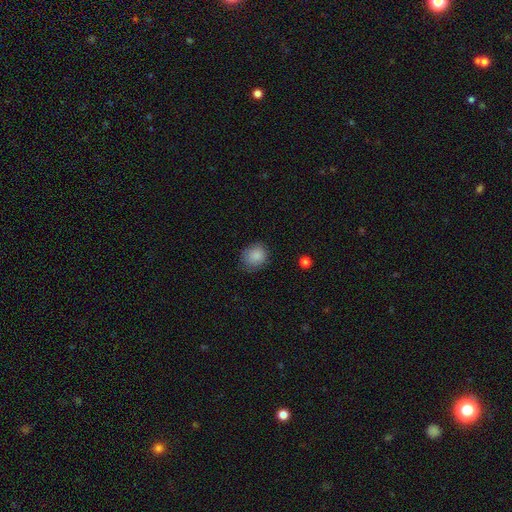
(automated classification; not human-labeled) smooth-or-featured: smooth: 86% | star or artifact: 8% | featured or disk: 6%
  how-rounded: round: 72% | in between: 27% | cigar-shaped: 1%
  merging: none: 72% | minor disturbance: 22% | major disturbance: 5% | merger: 1%